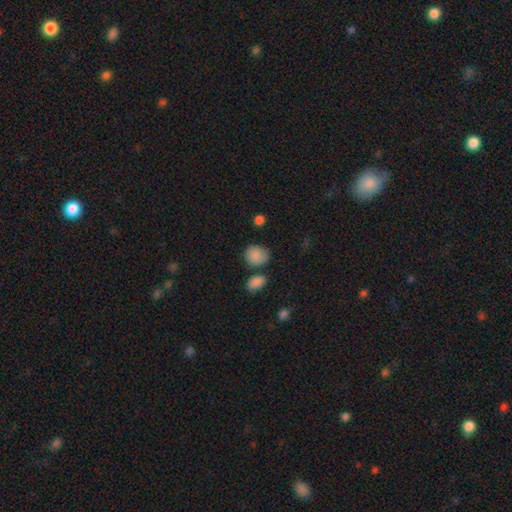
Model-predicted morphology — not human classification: This appears to be a smooth galaxy with no disk features (87%) that is round (64%). Merging: none (70%).